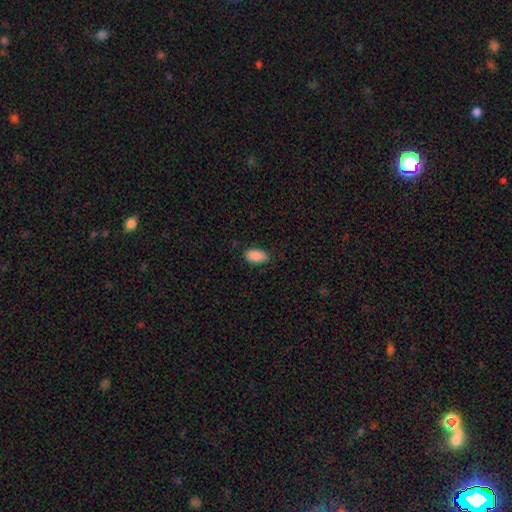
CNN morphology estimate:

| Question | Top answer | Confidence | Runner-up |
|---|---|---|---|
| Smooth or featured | smooth | 90% | star or artifact (7%) |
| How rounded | in between | 94% | round (3%) |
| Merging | none | 80% | minor disturbance (16%) |